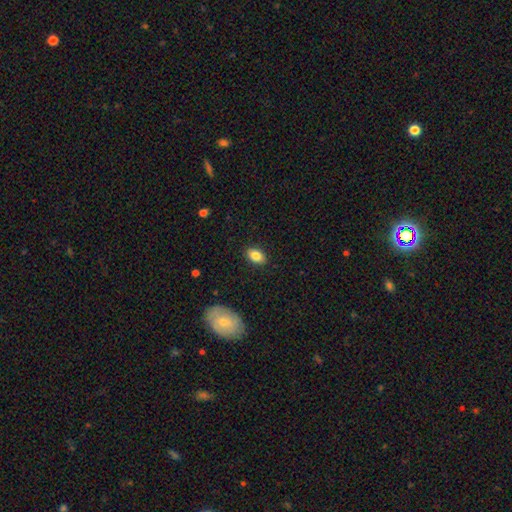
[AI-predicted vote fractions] Q: Smooth or featured?
A: smooth (84%); runner-up: featured or disk (8%)
Q: How rounded?
A: in between (87%); runner-up: round (11%)
Q: Merging?
A: none (87%); runner-up: minor disturbance (9%)